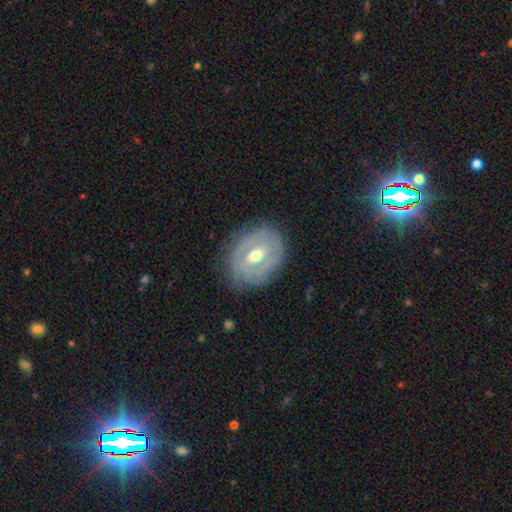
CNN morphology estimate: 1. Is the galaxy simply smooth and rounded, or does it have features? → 78% featured or disk, 16% smooth, 6% star or artifact.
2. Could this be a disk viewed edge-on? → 95% no, 5% yes.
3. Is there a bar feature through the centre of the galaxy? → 49% weak, 26% no, 24% strong.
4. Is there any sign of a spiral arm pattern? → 77% yes, 23% no.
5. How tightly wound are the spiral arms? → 70% tight, 22% medium, 8% loose.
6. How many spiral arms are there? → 40% can't tell, 33% 2, 12% 3, 6% 1, 5% 4, 3% more than 4.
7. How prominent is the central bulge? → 73% moderate, 21% small, 4% large, 1% none, 1% dominant.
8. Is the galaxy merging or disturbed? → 75% none, 18% minor disturbance, 6% major disturbance, 1% merger.